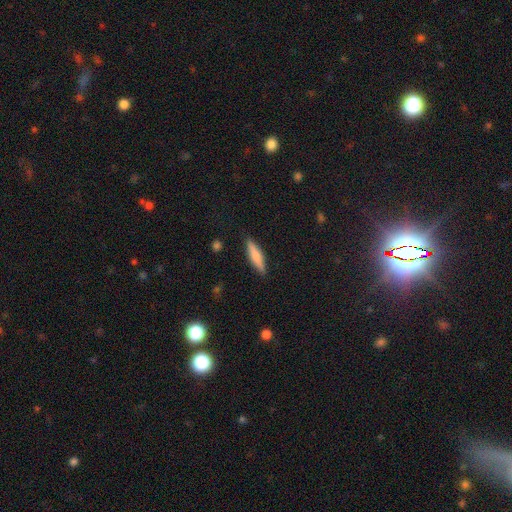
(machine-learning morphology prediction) Smooth or featured: smooth — 69% (featured or disk — 25%)
How rounded: cigar-shaped — 77% (in between — 21%)
Merging: none — 89% (minor disturbance — 8%)